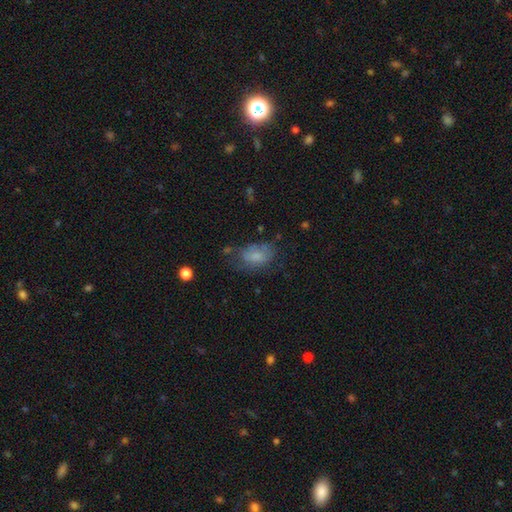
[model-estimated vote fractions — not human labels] Smooth or featured? Predicted: smooth (p=0.69). How rounded? Predicted: in between (p=0.87). Merging? Predicted: none (p=0.46).